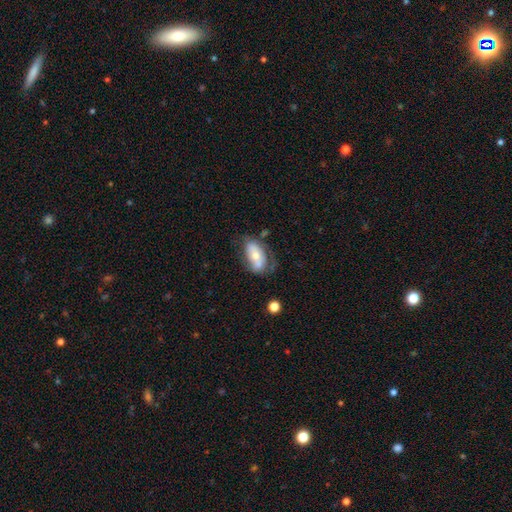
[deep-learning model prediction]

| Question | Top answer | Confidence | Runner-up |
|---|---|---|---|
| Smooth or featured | smooth | 52% | featured or disk (41%) |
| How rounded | in between | 89% | cigar-shaped (6%) |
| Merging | none | 45% | minor disturbance (28%) |